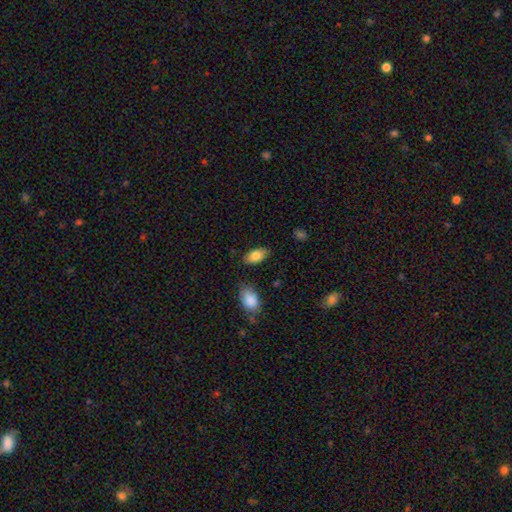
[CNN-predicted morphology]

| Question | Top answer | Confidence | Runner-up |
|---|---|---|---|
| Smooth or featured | smooth | 82% | featured or disk (11%) |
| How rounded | in between | 93% | round (4%) |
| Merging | none | 82% | minor disturbance (13%) |